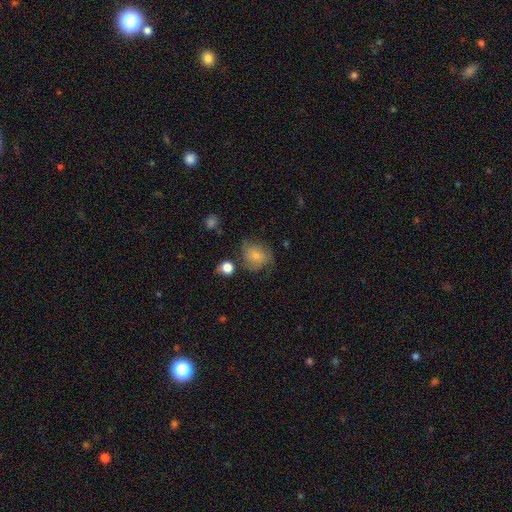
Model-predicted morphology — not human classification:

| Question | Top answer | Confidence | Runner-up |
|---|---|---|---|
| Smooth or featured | smooth | 68% | featured or disk (22%) |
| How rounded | round | 72% | in between (27%) |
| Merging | none | 58% | minor disturbance (26%) |